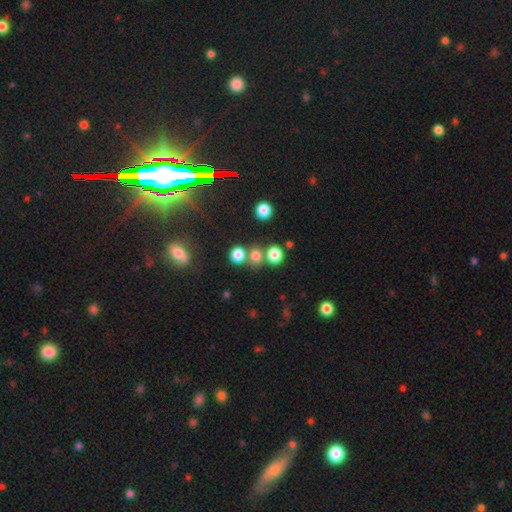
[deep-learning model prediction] smooth_or_featured: smooth (p=0.75) [alt: star or artifact p=0.19]
how_rounded: round (p=0.86) [alt: in between p=0.13]
merging: none (p=0.67) [alt: merger p=0.23]